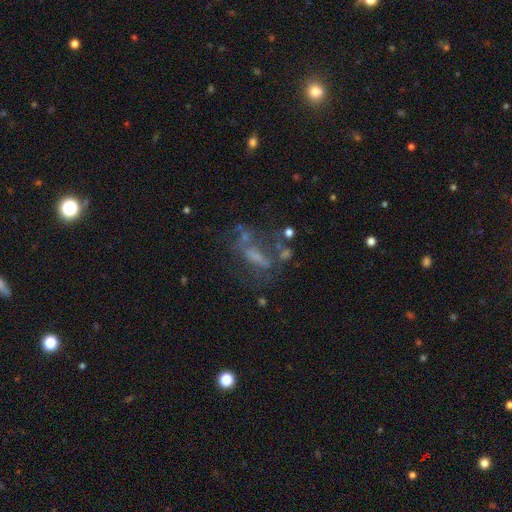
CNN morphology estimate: featured or disk 50%, smooth 29%, star or artifact 21%. Down the decision tree: edge-on disk — no (88%); merging — none (41%).